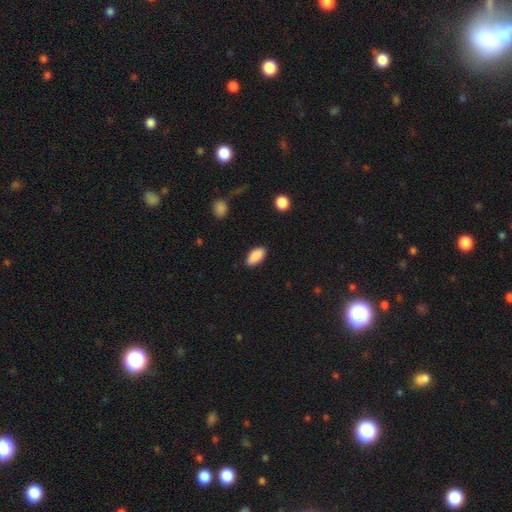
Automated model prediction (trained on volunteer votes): Smooth or featured? smooth (89%)
How rounded? in between (91%)
Merging? none (86%)